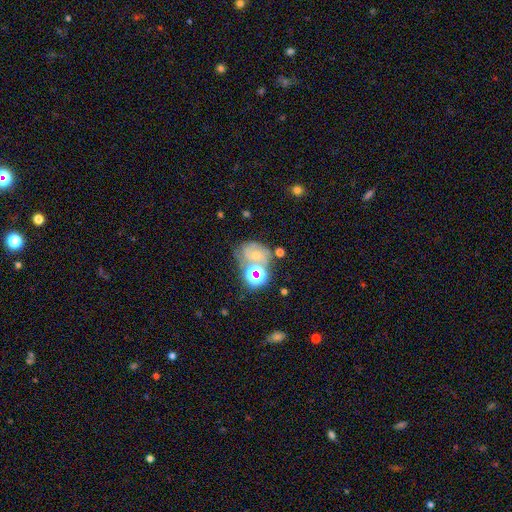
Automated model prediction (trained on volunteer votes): Smooth or featured: featured or disk — 47% (smooth — 29%)
Merging: none — 43% (merger — 23%)